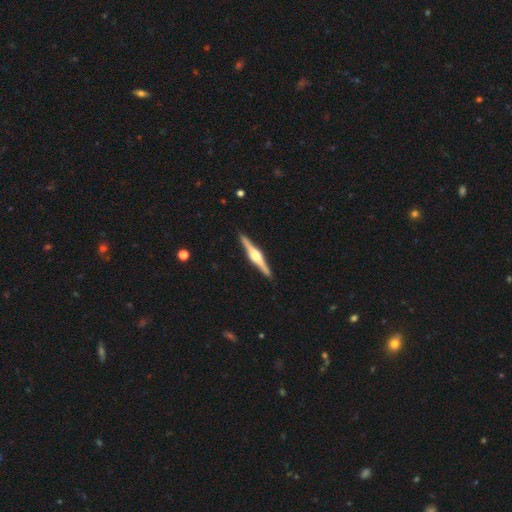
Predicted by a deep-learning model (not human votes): smooth_or_featured: featured or disk (p=0.83) [alt: smooth p=0.13]
disk_edge_on: yes (p=0.99) [alt: no p=0.01]
edge_on_bulge: rounded (p=0.85) [alt: boxy p=0.12]
merging: none (p=0.92) [alt: minor disturbance p=0.05]